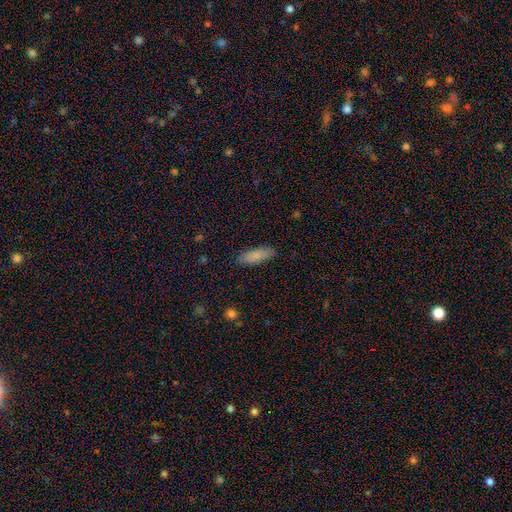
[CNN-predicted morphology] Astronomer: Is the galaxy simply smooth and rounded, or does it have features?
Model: smooth — 84%.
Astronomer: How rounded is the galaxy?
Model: in between — 61% (runner-up: cigar-shaped, 37%).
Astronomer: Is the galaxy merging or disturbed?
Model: none — 86%.